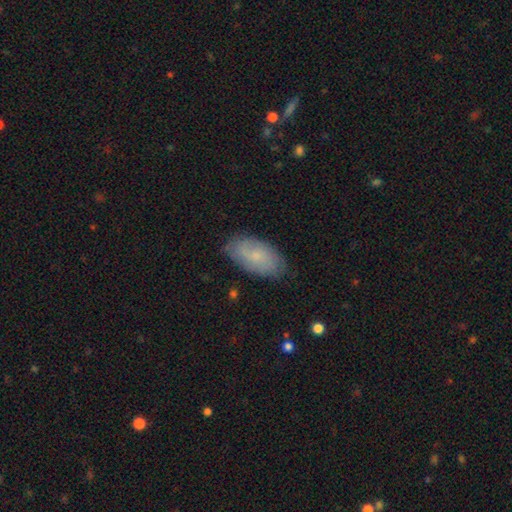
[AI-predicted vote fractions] smooth 55%, featured or disk 37%, star or artifact 8%. Down the decision tree: how rounded — in between (93%); merging — none (81%).